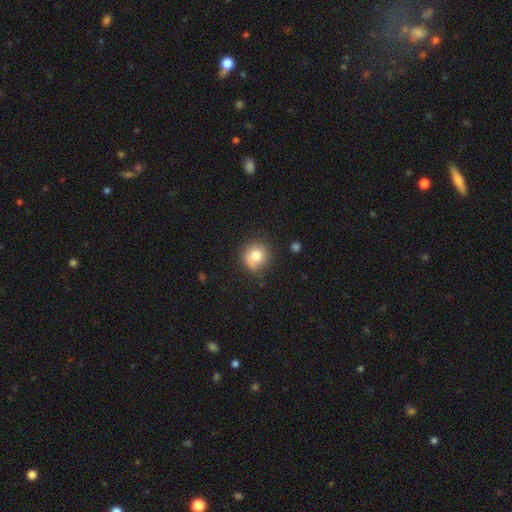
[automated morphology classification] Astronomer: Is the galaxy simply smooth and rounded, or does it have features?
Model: smooth — 78%.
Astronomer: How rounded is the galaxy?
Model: round — 91%.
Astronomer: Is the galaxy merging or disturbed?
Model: none — 70%.